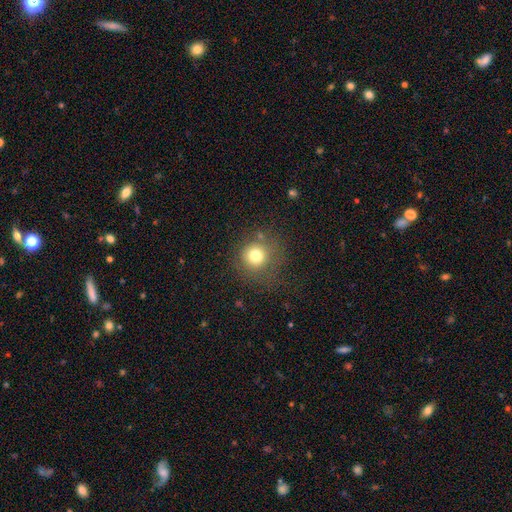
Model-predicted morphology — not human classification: Q: Smooth or featured?
A: smooth (75%); runner-up: star or artifact (14%)
Q: How rounded?
A: round (92%); runner-up: in between (7%)
Q: Merging?
A: none (72%); runner-up: minor disturbance (15%)